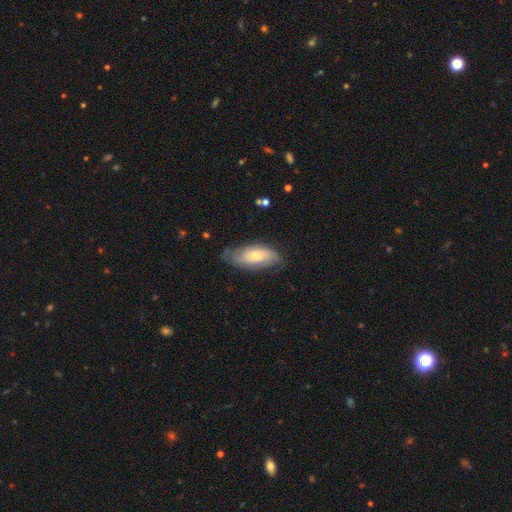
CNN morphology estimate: featured or disk 48%, smooth 45%, star or artifact 6%. Down the decision tree: merging — none (63%).